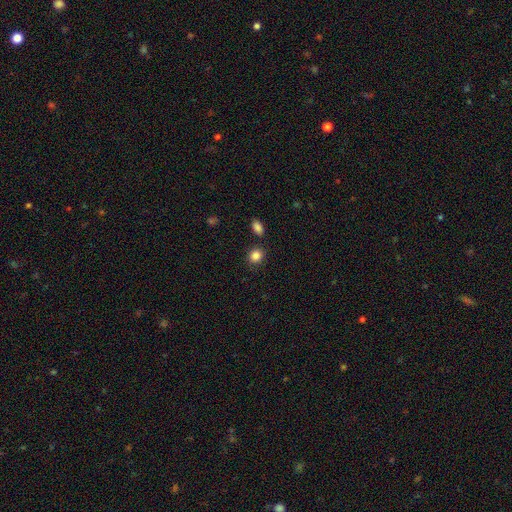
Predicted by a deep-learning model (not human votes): Morphology: type=smooth (85%); roundness=round (66%); merging=none (83%).